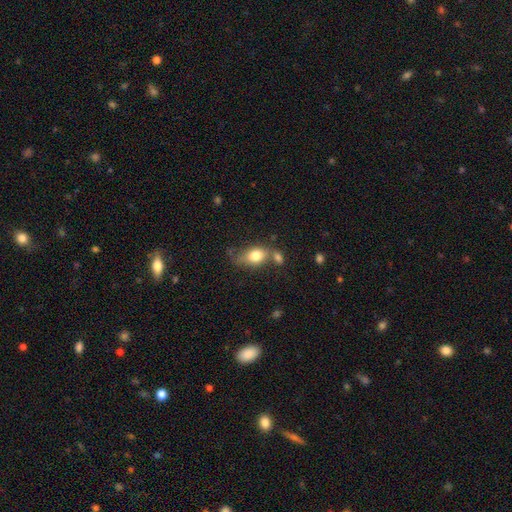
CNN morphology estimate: Smooth or featured?
  - smooth: 77% *
  - featured or disk: 15%
  - star or artifact: 8%
How rounded?
  - in between: 77% *
  - round: 20%
  - cigar-shaped: 3%
Merging?
  - none: 38% *
  - merger: 28%
  - minor disturbance: 22%
  - major disturbance: 12%